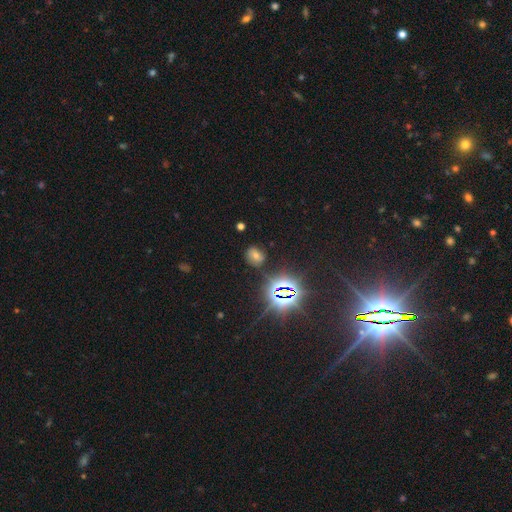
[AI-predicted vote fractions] Q: Smooth or featured?
A: star or artifact (48%); runner-up: smooth (39%)